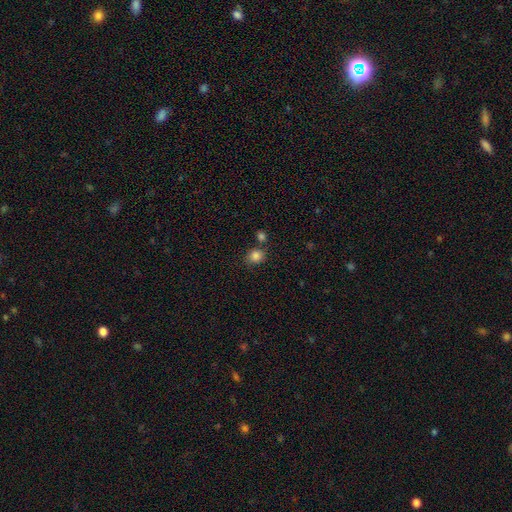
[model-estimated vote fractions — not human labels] Smooth or featured? smooth (84%)
How rounded? round (70%)
Merging? none (71%)